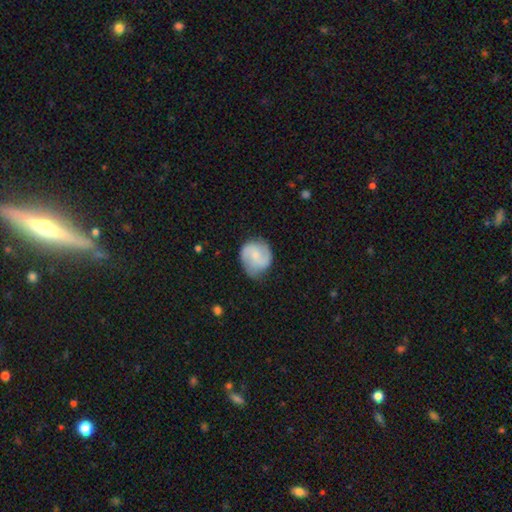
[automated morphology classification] featured or disk 52%, smooth 42%, star or artifact 6%. Down the decision tree: edge-on disk — no (98%); bar — no (49%); spiral arms — yes (87%); bulge size — small (57%); merging — none (65%).